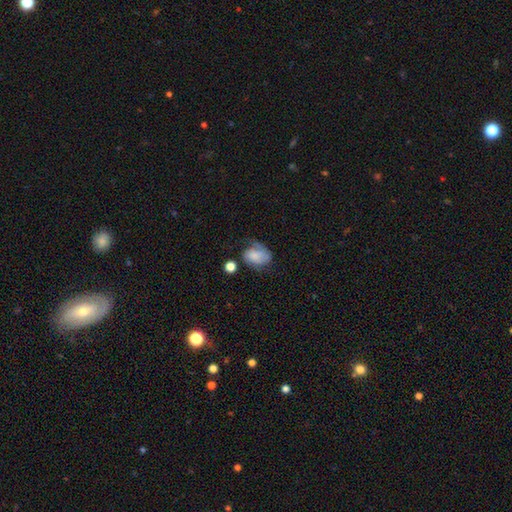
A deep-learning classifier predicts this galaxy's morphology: The model was most divided on "merging": none: 40%, minor disturbance: 29%, major disturbance: 24%, merger: 7%. More confident: how rounded — in between (68%); smooth or featured — smooth (54%).